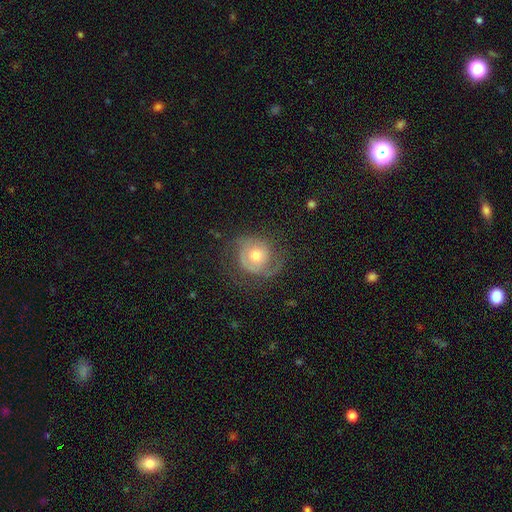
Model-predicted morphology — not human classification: Q: Smooth or featured?
A: featured or disk (64%); runner-up: smooth (29%)
Q: Edge-on disk?
A: no (97%); runner-up: yes (3%)
Q: Bar?
A: no (77%); runner-up: weak (19%)
Q: Spiral arms?
A: yes (81%); runner-up: no (19%)
Q: Spiral winding?
A: tight (47%); runner-up: medium (35%)
Q: Spiral arm count?
A: 2 (53%); runner-up: can't tell (20%)
Q: Bulge size?
A: moderate (71%); runner-up: small (17%)
Q: Merging?
A: none (61%); runner-up: minor disturbance (21%)